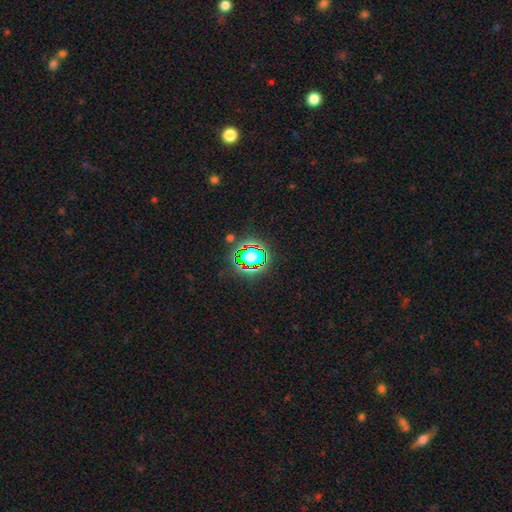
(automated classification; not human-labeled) smooth-or-featured: star or artifact: 59% | smooth: 29% | featured or disk: 12%